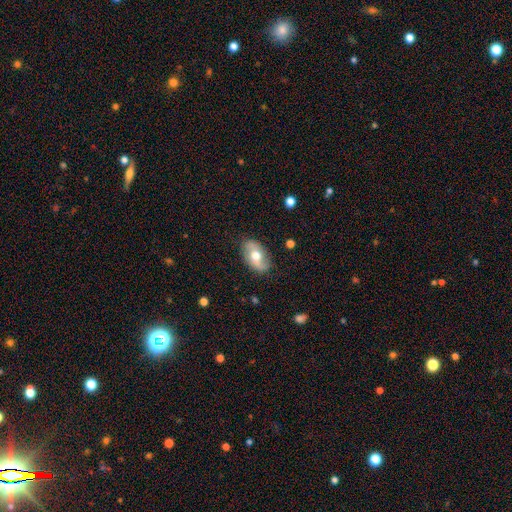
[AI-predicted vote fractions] smooth_or_featured: featured or disk (p=0.48) [alt: smooth p=0.46]
merging: none (p=0.78) [alt: minor disturbance p=0.16]